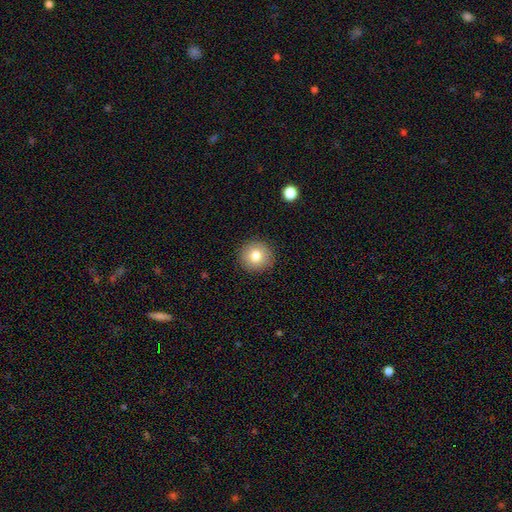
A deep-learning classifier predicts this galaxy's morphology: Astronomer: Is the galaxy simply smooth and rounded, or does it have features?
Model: smooth — 80%.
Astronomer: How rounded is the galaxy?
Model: round — 94%.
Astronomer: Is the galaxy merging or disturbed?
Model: none — 91%.